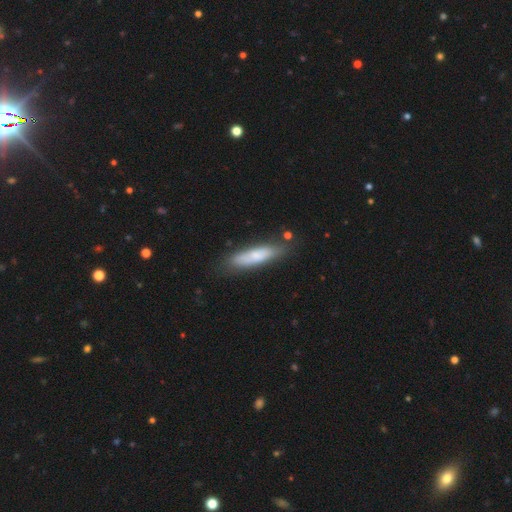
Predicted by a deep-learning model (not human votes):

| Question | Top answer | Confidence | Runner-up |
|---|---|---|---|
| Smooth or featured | smooth | 67% | featured or disk (26%) |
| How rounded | cigar-shaped | 73% | in between (25%) |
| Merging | none | 73% | minor disturbance (18%) |